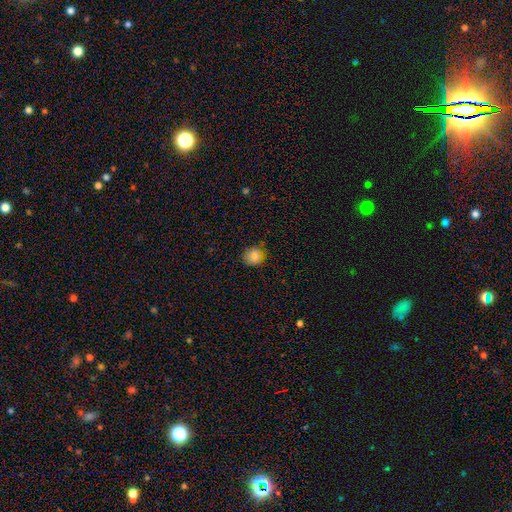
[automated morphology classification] Smooth or featured?
  - smooth: 84% *
  - star or artifact: 10%
  - featured or disk: 6%
How rounded?
  - round: 77% *
  - in between: 22%
  - cigar-shaped: 1%
Merging?
  - none: 76% *
  - minor disturbance: 19%
  - major disturbance: 4%
  - merger: 1%